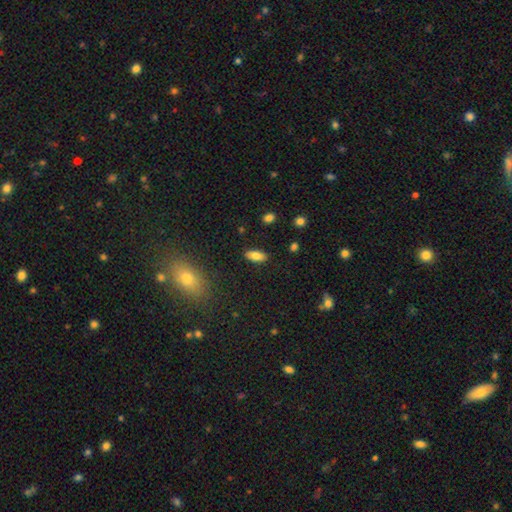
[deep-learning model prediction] A smooth galaxy with no disk features (79%) that is in between round and cigar-shaped (86%).

Vote fractions:
- Smooth or featured? smooth: 79% / featured or disk: 13% / star or artifact: 8%
- How rounded? in between: 86% / cigar-shaped: 11% / round: 3%
- Merging? none: 88% / minor disturbance: 9% / major disturbance: 2% / merger: 1%